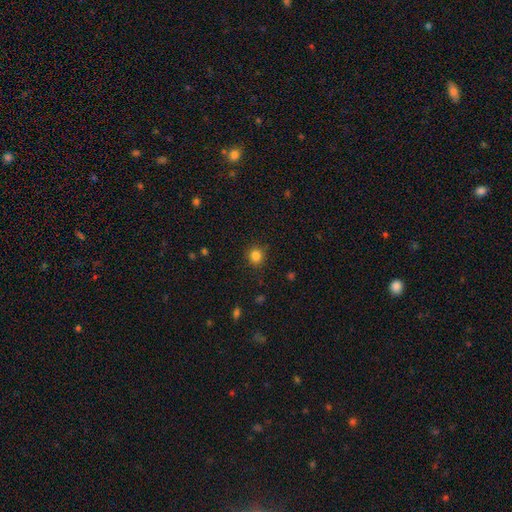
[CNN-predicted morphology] A smooth galaxy with no disk features (84%) that is round (88%). Merging: none (89%).